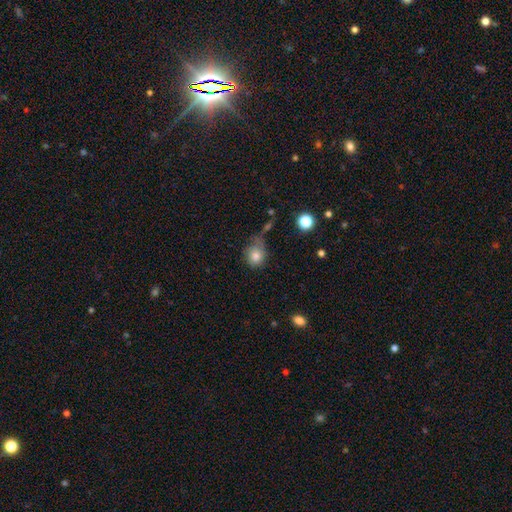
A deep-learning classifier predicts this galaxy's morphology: type=smooth (79%); roundness=round (69%); merging=none (44%).